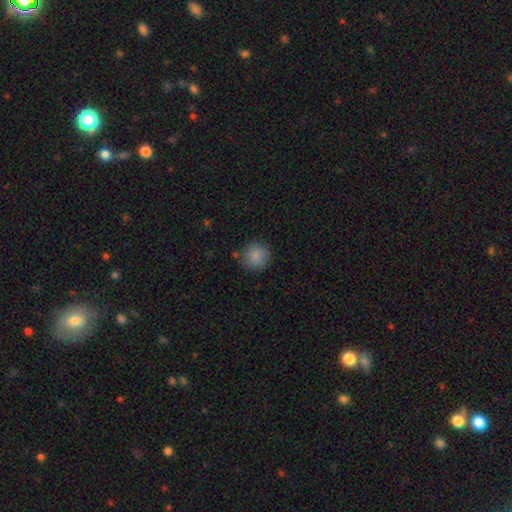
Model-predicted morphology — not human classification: The model was most divided on "merging": none: 85%, minor disturbance: 10%, major disturbance: 3%, merger: 2%. More confident: how rounded — round (92%); smooth or featured — smooth (87%).